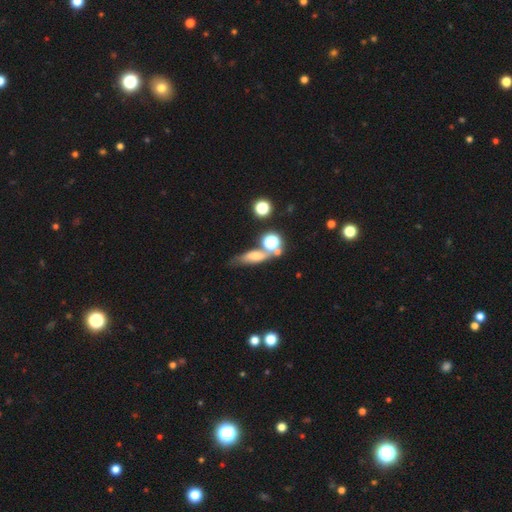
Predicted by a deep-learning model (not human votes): Morphology: type=smooth (59%); roundness=in between (45%); merging=none (47%).